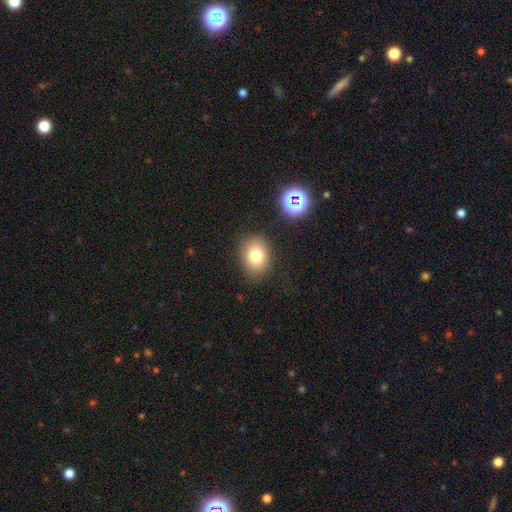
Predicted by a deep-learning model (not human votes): Smooth or featured?
  - smooth: 78% *
  - star or artifact: 12%
  - featured or disk: 10%
How rounded?
  - in between: 58% *
  - round: 41%
  - cigar-shaped: 1%
Merging?
  - none: 83% *
  - minor disturbance: 11%
  - major disturbance: 4%
  - merger: 2%